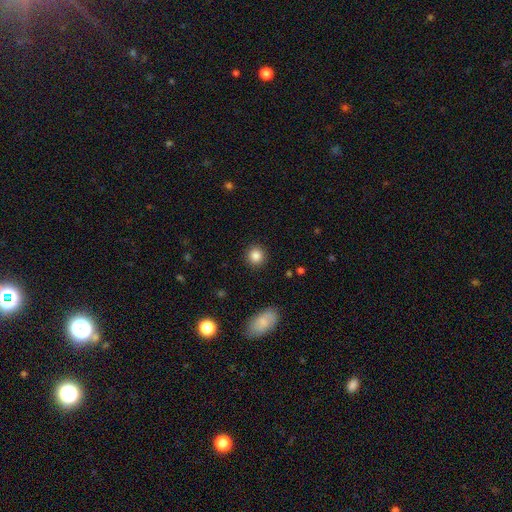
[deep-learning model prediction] smooth-or-featured: smooth: 85% | star or artifact: 10% | featured or disk: 5%
  how-rounded: round: 91% | in between: 8% | cigar-shaped: 1%
  merging: none: 91% | minor disturbance: 6% | major disturbance: 2% | merger: 1%